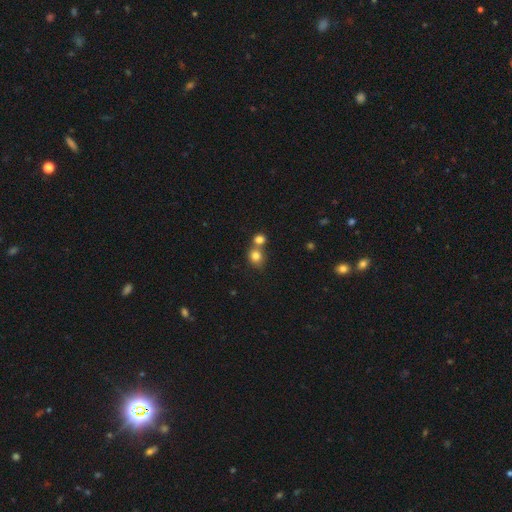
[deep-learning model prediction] Smooth or featured?
  - smooth: 81% *
  - star or artifact: 11%
  - featured or disk: 8%
How rounded?
  - round: 79% *
  - in between: 20%
  - cigar-shaped: 1%
Merging?
  - none: 46% *
  - merger: 44%
  - minor disturbance: 8%
  - major disturbance: 3%